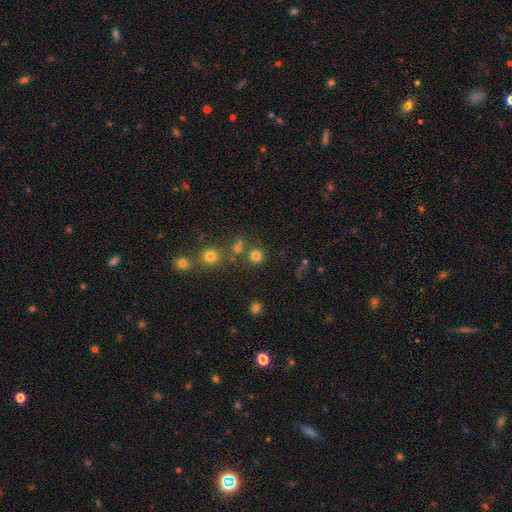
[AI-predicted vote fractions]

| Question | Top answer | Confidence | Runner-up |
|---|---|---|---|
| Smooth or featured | smooth | 77% | star or artifact (17%) |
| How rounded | round | 93% | in between (7%) |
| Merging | none | 78% | merger (11%) |